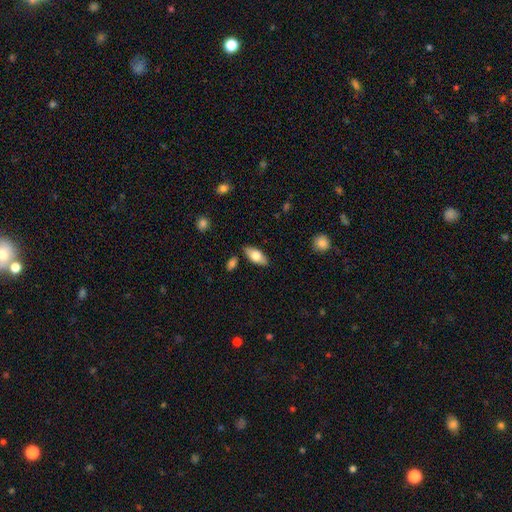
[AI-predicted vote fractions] smooth_or_featured: smooth (p=0.71) [alt: featured or disk p=0.23]
how_rounded: in between (p=0.86) [alt: cigar-shaped p=0.12]
merging: none (p=0.84) [alt: minor disturbance p=0.11]